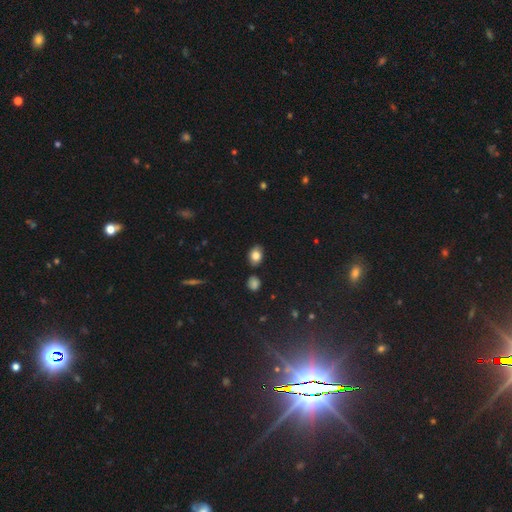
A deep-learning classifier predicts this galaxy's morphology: This appears to be a smooth galaxy with no disk features (80%) that is in between round and cigar-shaped (76%). Merging: none (77%).